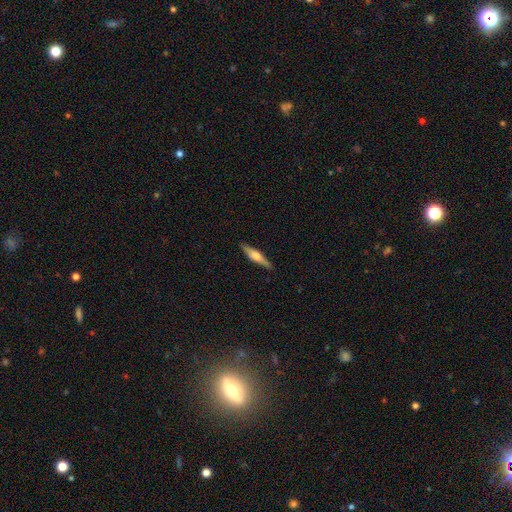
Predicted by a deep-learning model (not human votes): Q: Smooth or featured?
A: featured or disk (55%); runner-up: smooth (39%)
Q: Edge-on disk?
A: yes (96%); runner-up: no (4%)
Q: Edge-on bulge?
A: rounded (84%); runner-up: boxy (11%)
Q: Merging?
A: none (89%); runner-up: minor disturbance (8%)